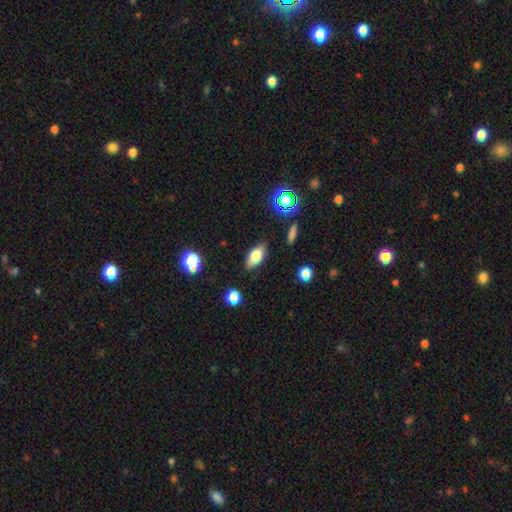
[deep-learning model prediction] Smooth or featured: smooth — 69% (featured or disk — 22%)
How rounded: in between — 85% (cigar-shaped — 9%)
Merging: none — 83% (minor disturbance — 12%)